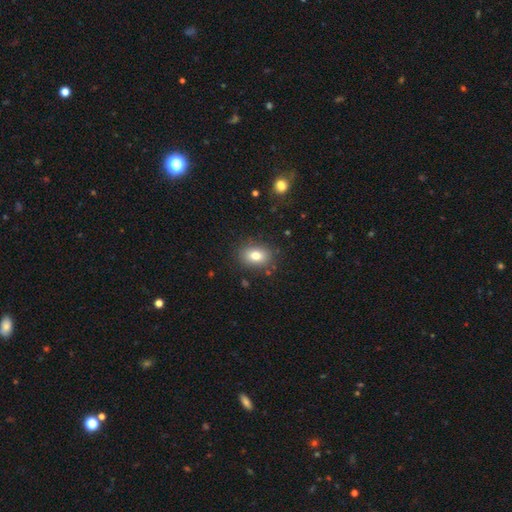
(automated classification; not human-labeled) smooth-or-featured: smooth: 78% | featured or disk: 11% | star or artifact: 10%
  how-rounded: in between: 66% | round: 33% | cigar-shaped: 1%
  merging: none: 85% | minor disturbance: 10% | major disturbance: 3% | merger: 2%